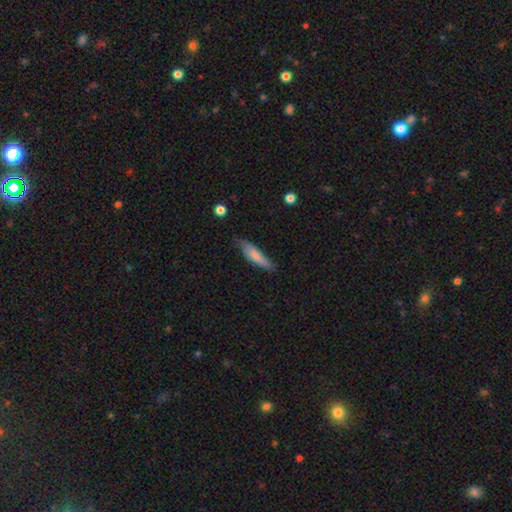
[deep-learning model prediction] Overall: smooth (74%). How rounded: cigar-shaped (69%; in between 29%). Merging: none (63%; minor disturbance 29%).